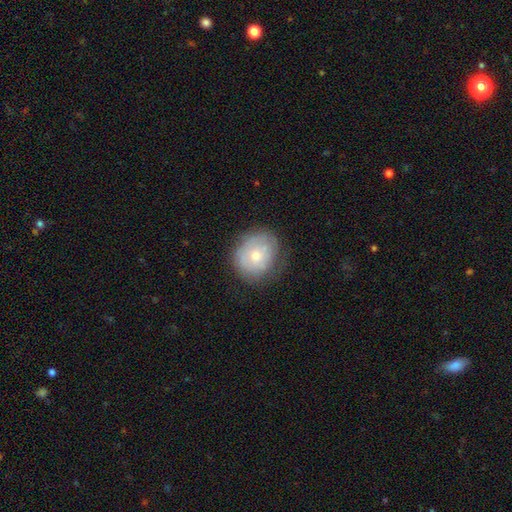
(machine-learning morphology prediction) The model was most divided on "smooth or featured": smooth: 59%, featured or disk: 33%, star or artifact: 8%. More confident: how rounded — round (74%); merging — none (66%).